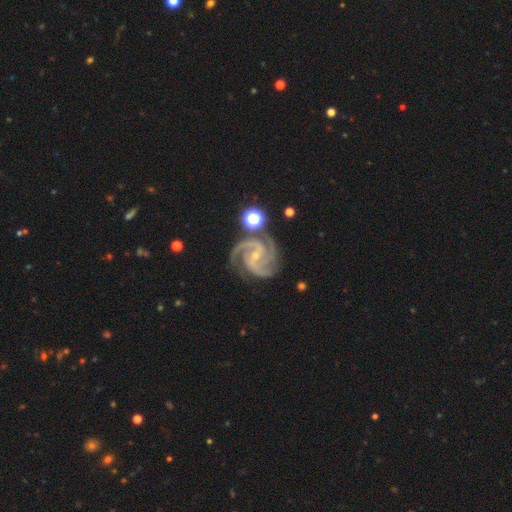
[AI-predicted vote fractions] A featured or disk galaxy (93%) with no bar (44%), 3 (60%) medium (50%) spiral arms (99%) and a small central bulge (74%). Merging: none (74%).